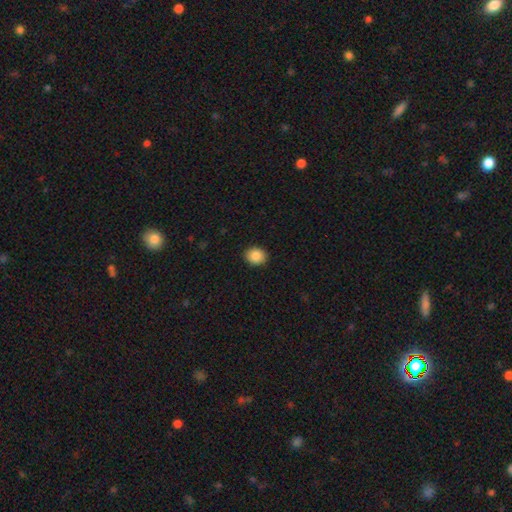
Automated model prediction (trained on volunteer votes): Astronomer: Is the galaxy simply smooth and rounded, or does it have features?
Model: smooth — 87%.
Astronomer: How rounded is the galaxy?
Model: round — 63%.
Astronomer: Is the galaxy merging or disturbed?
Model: none — 90%.